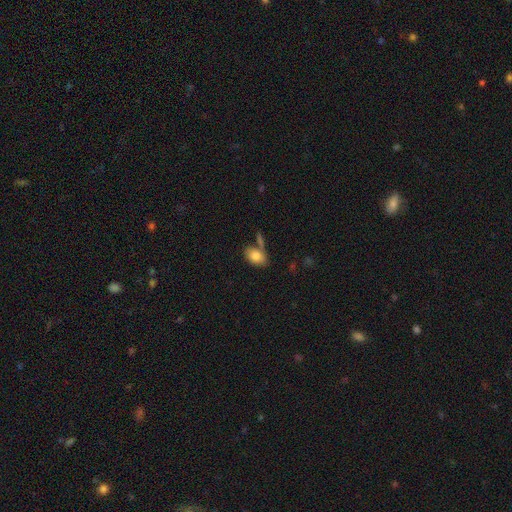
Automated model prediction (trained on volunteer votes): This appears to be a smooth galaxy with no disk features (81%) that is in between round and cigar-shaped (88%). Merging: none (58%).